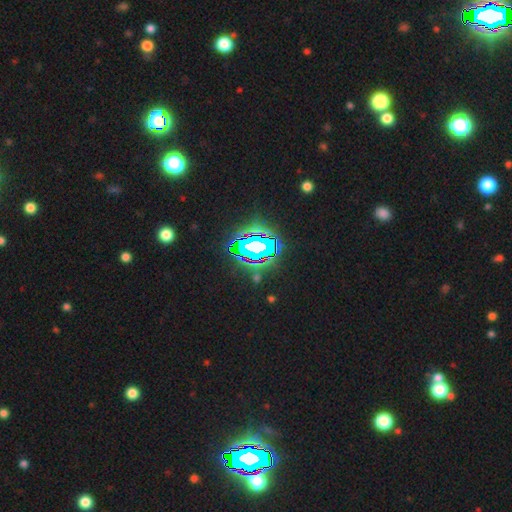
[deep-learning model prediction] The model was most divided on "smooth or featured": star or artifact: 82%, smooth: 11%, featured or disk: 7%.